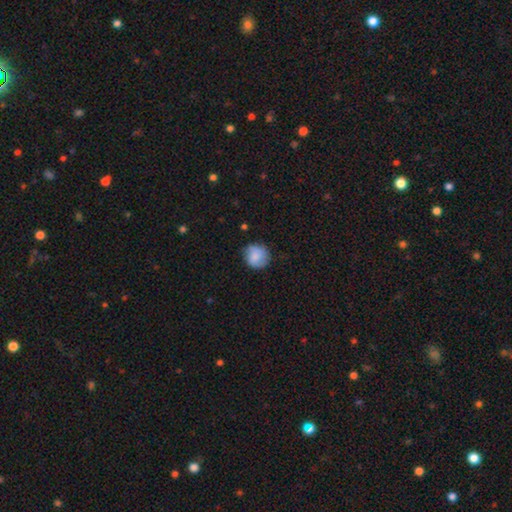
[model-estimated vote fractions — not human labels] Smooth or featured? smooth (73%)
How rounded? round (88%)
Merging? none (75%)